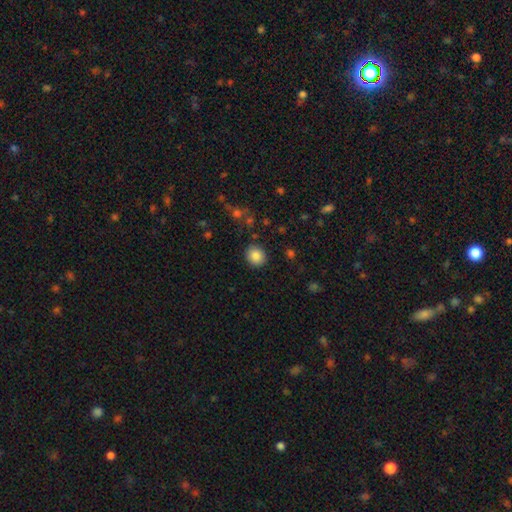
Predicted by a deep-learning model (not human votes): Smooth or featured: smooth — 86% (star or artifact — 9%)
How rounded: round — 80% (in between — 19%)
Merging: none — 89% (minor disturbance — 7%)